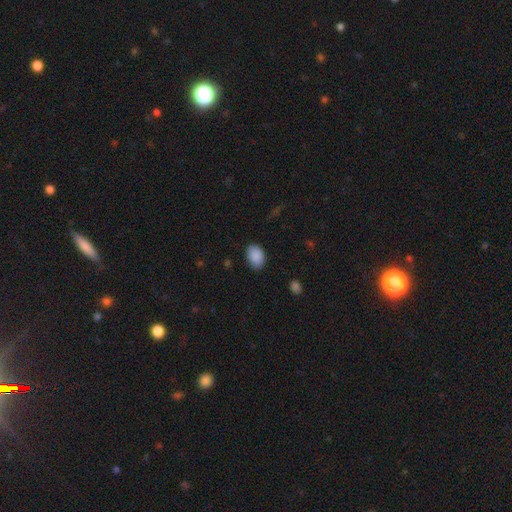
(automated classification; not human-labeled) Smooth or featured? smooth (89%)
How rounded? in between (81%)
Merging? none (84%)